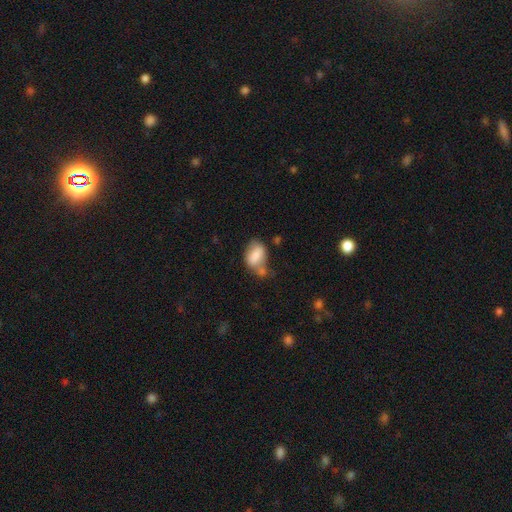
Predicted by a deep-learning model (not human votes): smooth 74%, featured or disk 18%, star or artifact 8%. Down the decision tree: how rounded — in between (85%); merging — none (35%).